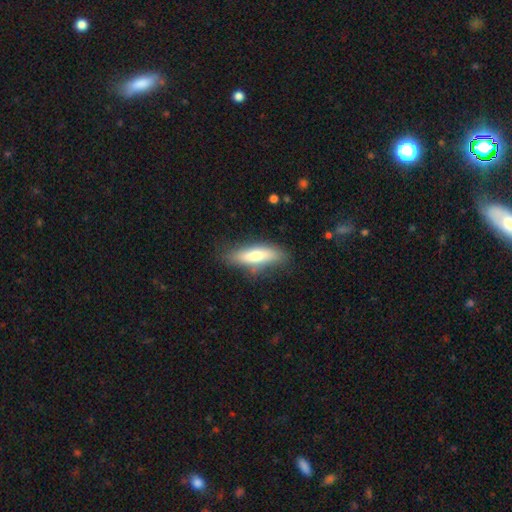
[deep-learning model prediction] Q: Smooth or featured?
A: smooth (70%); runner-up: featured or disk (24%)
Q: How rounded?
A: cigar-shaped (58%); runner-up: in between (40%)
Q: Merging?
A: none (76%); runner-up: minor disturbance (18%)